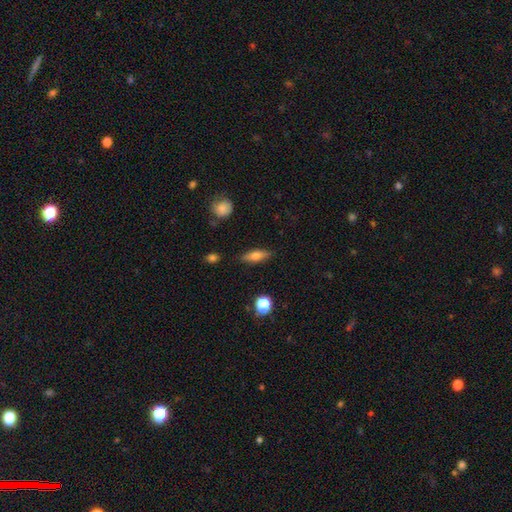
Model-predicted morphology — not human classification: smooth_or_featured: smooth (p=0.69) [alt: featured or disk p=0.24]
how_rounded: in between (p=0.58) [alt: cigar-shaped p=0.38]
merging: none (p=0.85) [alt: minor disturbance p=0.11]